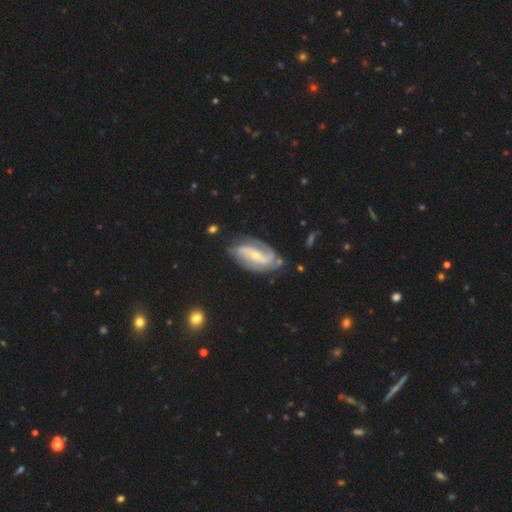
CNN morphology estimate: This appears to be a featured or disk galaxy (88%) with a weak bar (39%), 2 (69%) medium (45%) spiral arms (97%) and a small central bulge (64%). Merging: none (70%).